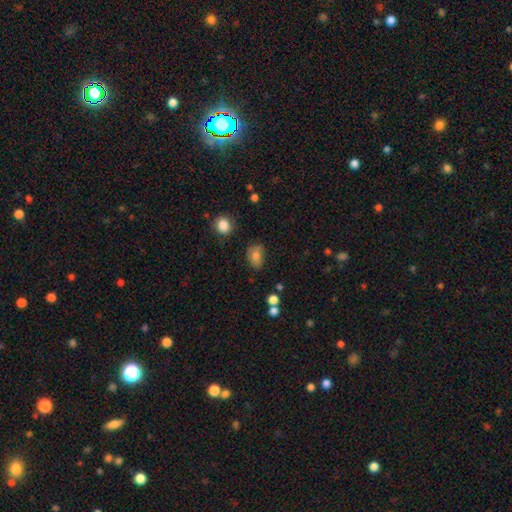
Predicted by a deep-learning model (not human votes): Overall: smooth (77%). How rounded: in between (75%). Merging: none (64%; minor disturbance 25%).